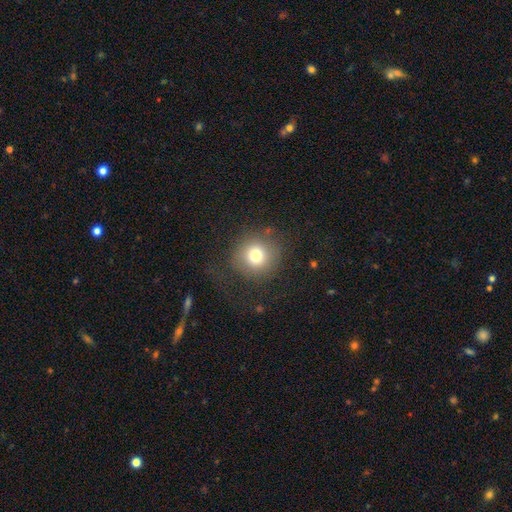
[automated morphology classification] smooth-or-featured: smooth: 75% | star or artifact: 13% | featured or disk: 12%
  how-rounded: round: 91% | in between: 8% | cigar-shaped: 1%
  merging: none: 75% | minor disturbance: 13% | major disturbance: 10% | merger: 1%